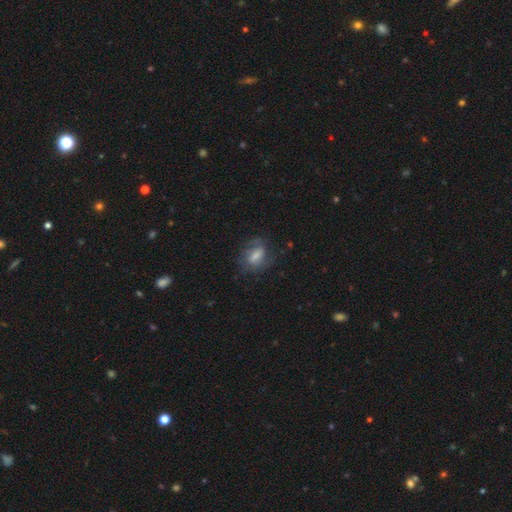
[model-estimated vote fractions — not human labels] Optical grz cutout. It shows a smooth galaxy with no disk features (55%) that is in between round and cigar-shaped (74%). Merging: none (61%).